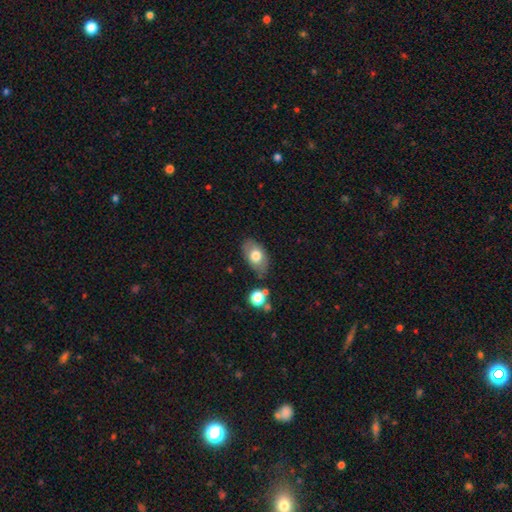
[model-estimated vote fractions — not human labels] smooth 72%, featured or disk 20%, star or artifact 8%. Down the decision tree: how rounded — in between (90%); merging — none (74%).